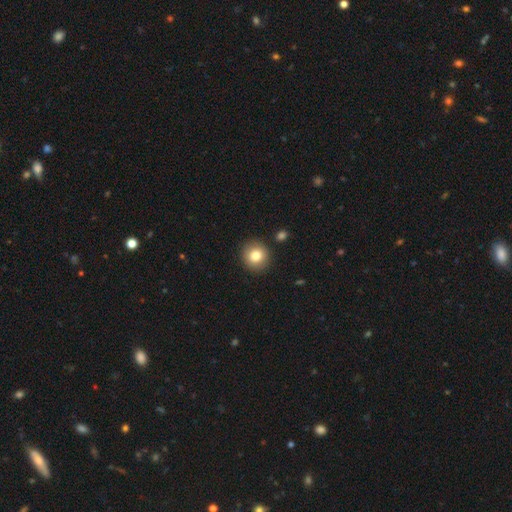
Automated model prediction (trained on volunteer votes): Morphology: type=smooth (81%); roundness=round (92%); merging=none (90%).